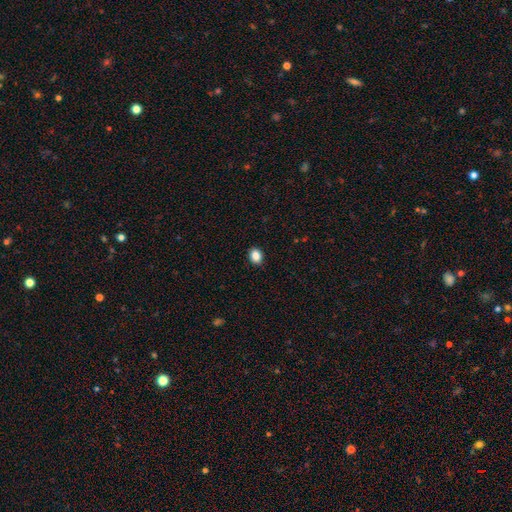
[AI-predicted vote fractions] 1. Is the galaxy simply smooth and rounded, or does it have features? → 87% smooth, 9% star or artifact, 4% featured or disk.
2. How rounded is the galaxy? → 61% in between, 38% round, 1% cigar-shaped.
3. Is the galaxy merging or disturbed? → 91% none, 7% minor disturbance, 2% major disturbance, 1% merger.